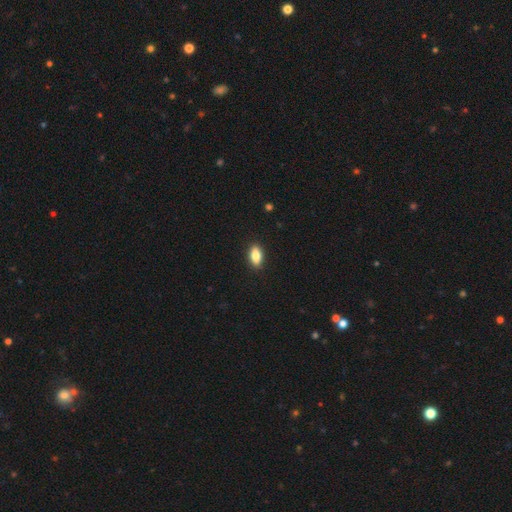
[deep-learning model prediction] Smooth or featured? smooth (81%)
How rounded? in between (86%)
Merging? none (89%)